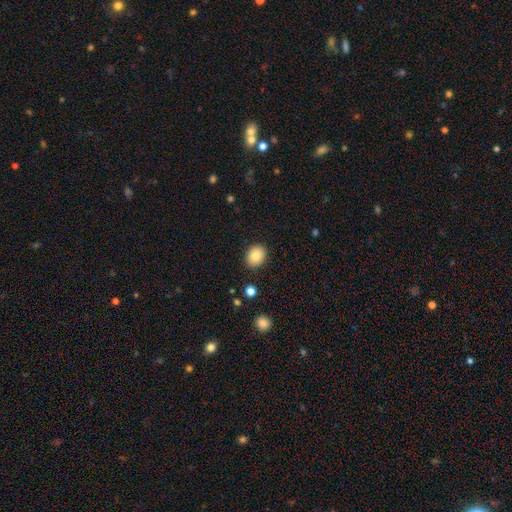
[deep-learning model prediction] A smooth galaxy with no disk features (82%) that is round (55%).

Vote fractions:
- Smooth or featured? smooth: 82% / featured or disk: 9% / star or artifact: 9%
- How rounded? round: 55% / in between: 45% / cigar-shaped: 1%
- Merging? none: 90% / minor disturbance: 7% / major disturbance: 2% / merger: 1%